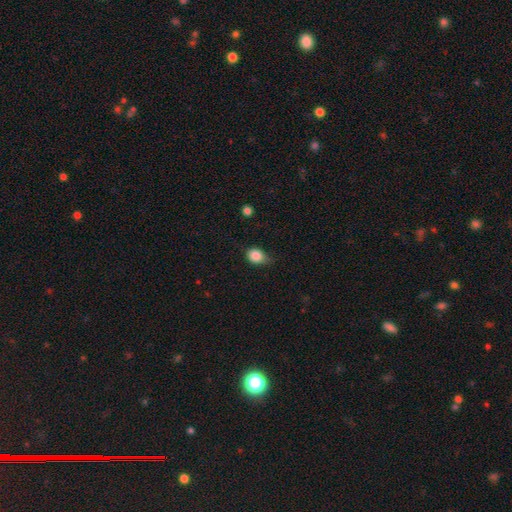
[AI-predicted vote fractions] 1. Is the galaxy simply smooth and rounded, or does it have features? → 85% smooth, 9% star or artifact, 5% featured or disk.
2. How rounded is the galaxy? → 52% in between, 47% round, 1% cigar-shaped.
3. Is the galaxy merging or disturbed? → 50% none, 40% minor disturbance, 8% major disturbance, 2% merger.